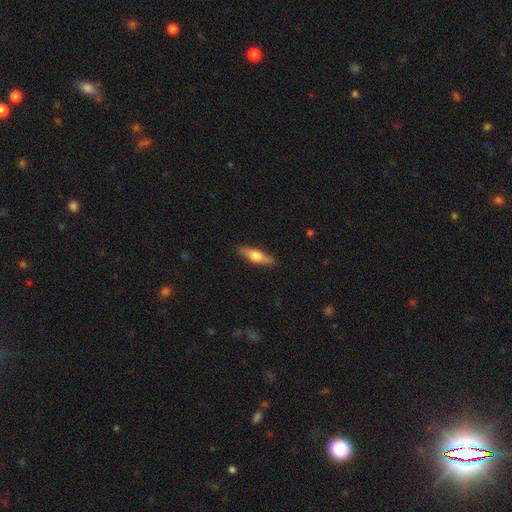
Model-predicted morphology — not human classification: smooth-or-featured: smooth: 53% | featured or disk: 41% | star or artifact: 6%
  how-rounded: cigar-shaped: 60% | in between: 37% | round: 3%
  merging: none: 88% | minor disturbance: 9% | major disturbance: 2% | merger: 1%